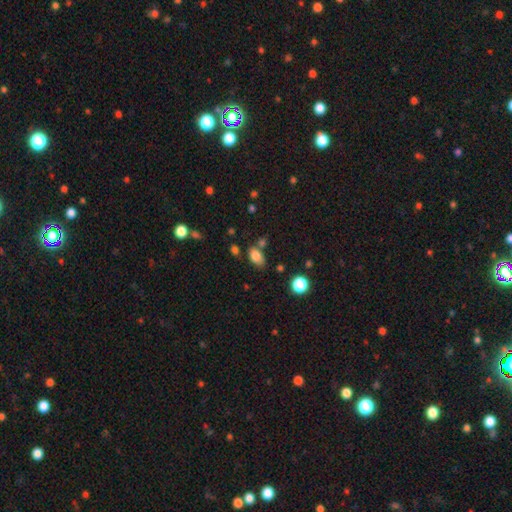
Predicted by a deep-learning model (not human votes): smooth-or-featured: smooth: 82% | star or artifact: 10% | featured or disk: 7%
  how-rounded: in between: 89% | round: 10% | cigar-shaped: 2%
  merging: none: 66% | minor disturbance: 17% | merger: 13% | major disturbance: 4%